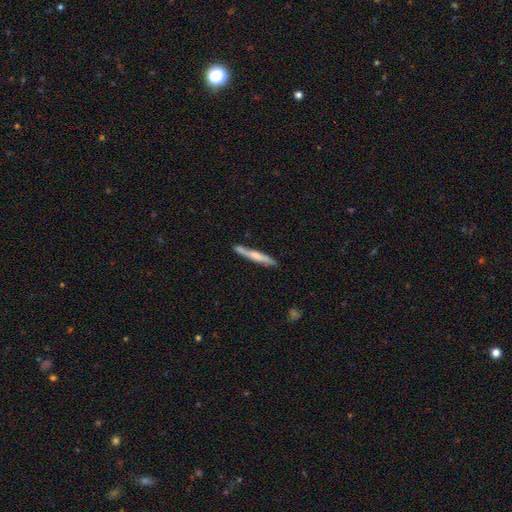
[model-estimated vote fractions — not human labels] smooth 53%, featured or disk 41%, star or artifact 5%. Down the decision tree: how rounded — cigar-shaped (95%); merging — none (81%).